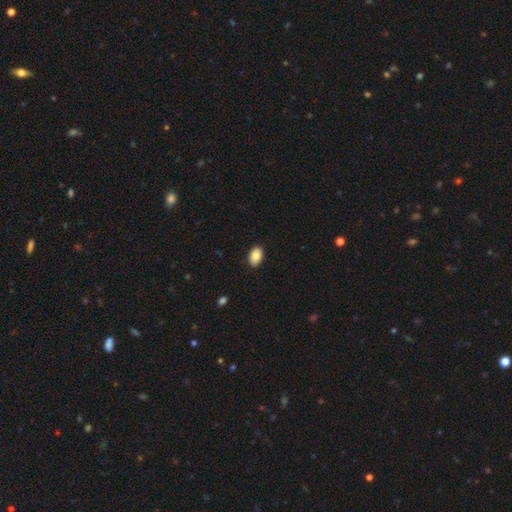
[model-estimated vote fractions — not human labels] The model was most divided on "smooth or featured": smooth: 86%, star or artifact: 7%, featured or disk: 7%. More confident: how rounded — in between (89%); merging — none (89%).